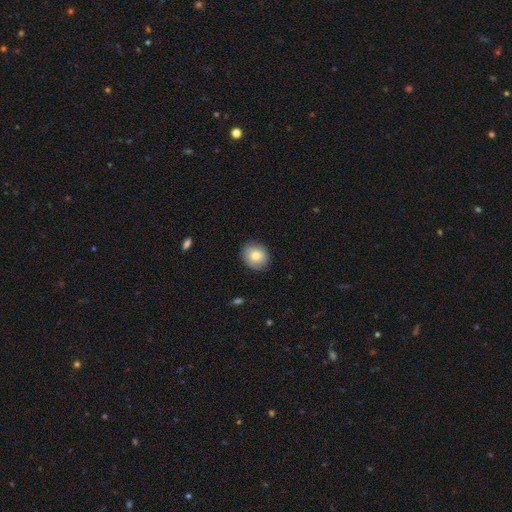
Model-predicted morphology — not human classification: Smooth or featured? Predicted: smooth (p=0.79). How rounded? Predicted: round (p=0.70). Merging? Predicted: none (p=0.86).